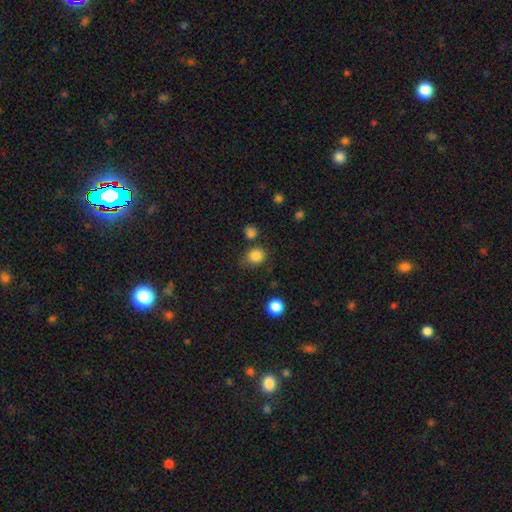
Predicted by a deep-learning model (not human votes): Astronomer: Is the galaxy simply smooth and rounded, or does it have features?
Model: smooth — 84%.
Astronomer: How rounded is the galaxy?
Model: round — 75%.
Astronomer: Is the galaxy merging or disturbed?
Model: none — 72%.